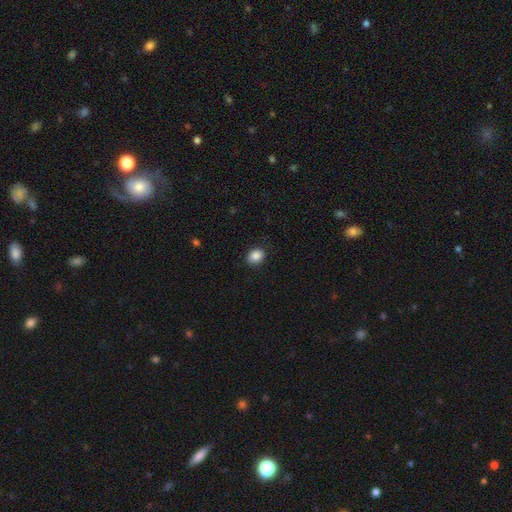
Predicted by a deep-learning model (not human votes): Smooth or featured? Predicted: smooth (p=0.87). How rounded? Predicted: in between (p=0.53). Merging? Predicted: none (p=0.88).